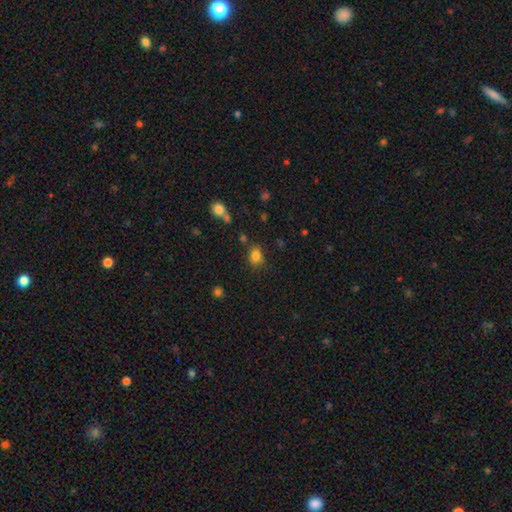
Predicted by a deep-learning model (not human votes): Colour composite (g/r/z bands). It shows a smooth galaxy with no disk features (82%) that is in between round and cigar-shaped (55%). Merging: none (73%).